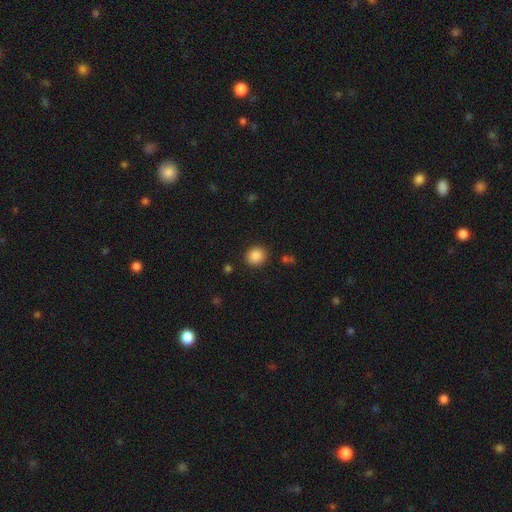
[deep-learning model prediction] smooth_or_featured: smooth (p=0.87) [alt: star or artifact p=0.09]
how_rounded: round (p=0.84) [alt: in between p=0.15]
merging: none (p=0.89) [alt: minor disturbance p=0.07]